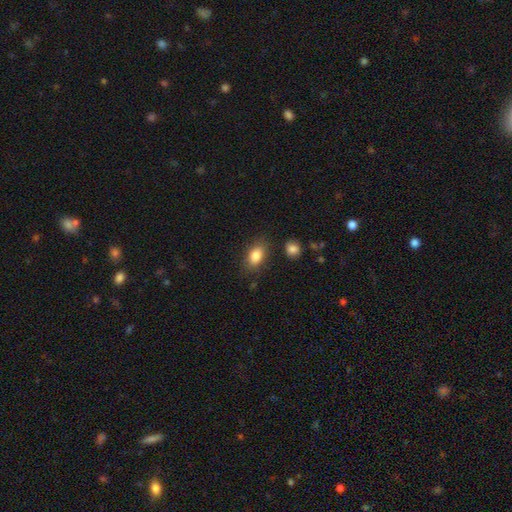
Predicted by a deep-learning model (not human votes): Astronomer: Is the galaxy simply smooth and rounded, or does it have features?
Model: smooth — 84%.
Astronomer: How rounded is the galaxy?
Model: in between — 86%.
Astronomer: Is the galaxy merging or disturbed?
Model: none — 80%.